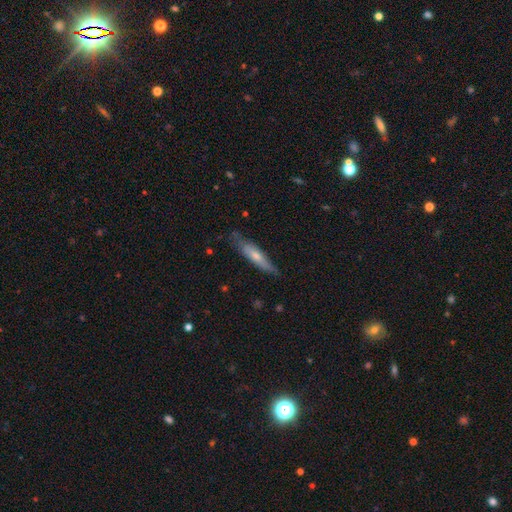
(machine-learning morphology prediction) Smooth or featured? Predicted: smooth (p=0.57). How rounded? Predicted: cigar-shaped (p=0.77). Merging? Predicted: none (p=0.68).